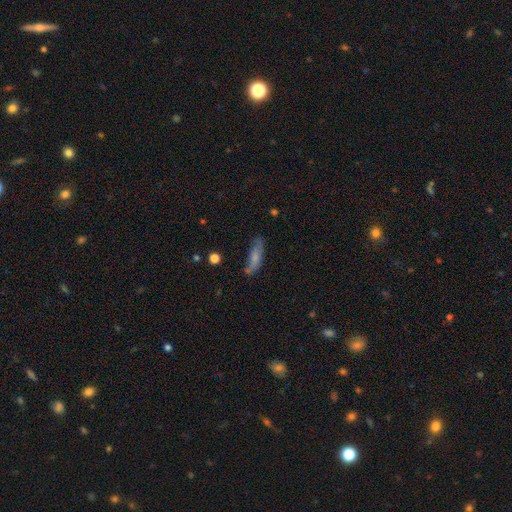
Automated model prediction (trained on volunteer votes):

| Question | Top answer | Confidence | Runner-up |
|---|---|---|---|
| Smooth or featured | smooth | 56% | featured or disk (34%) |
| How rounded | cigar-shaped | 67% | in between (30%) |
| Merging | none | 66% | minor disturbance (24%) |